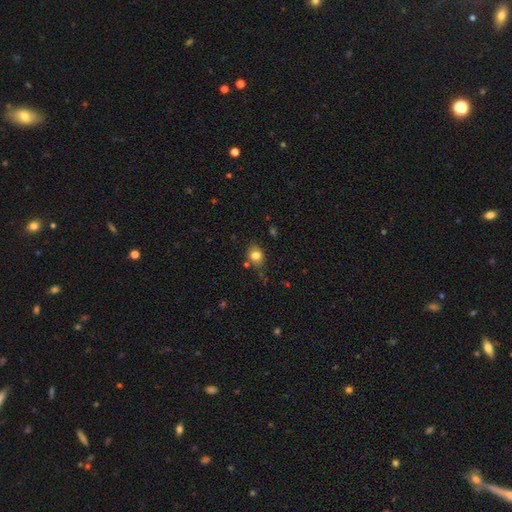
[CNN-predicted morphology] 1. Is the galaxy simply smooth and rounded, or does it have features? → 80% smooth, 11% star or artifact, 9% featured or disk.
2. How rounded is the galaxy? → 53% round, 46% in between, 1% cigar-shaped.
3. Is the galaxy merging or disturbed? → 71% none, 19% minor disturbance, 5% merger, 5% major disturbance.